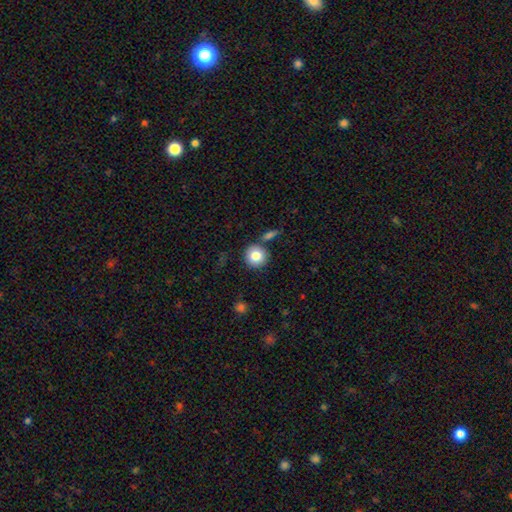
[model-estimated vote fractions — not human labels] smooth_or_featured: smooth (p=0.82) [alt: featured or disk p=0.09]
how_rounded: round (p=0.93) [alt: in between p=0.06]
merging: none (p=0.80) [alt: merger p=0.09]